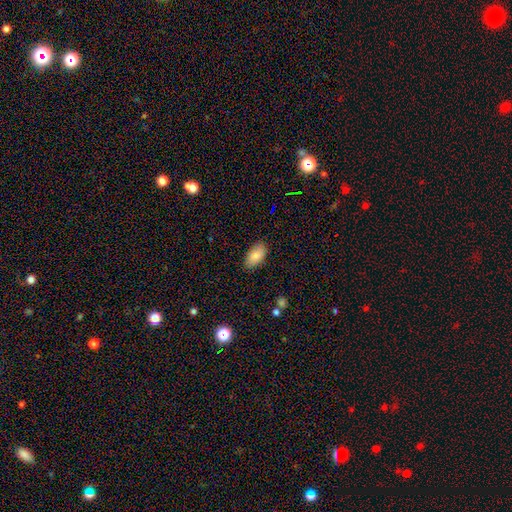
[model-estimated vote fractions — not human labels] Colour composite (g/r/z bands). It shows a smooth galaxy with no disk features (85%) that is in between round and cigar-shaped (94%). Merging: none (86%).